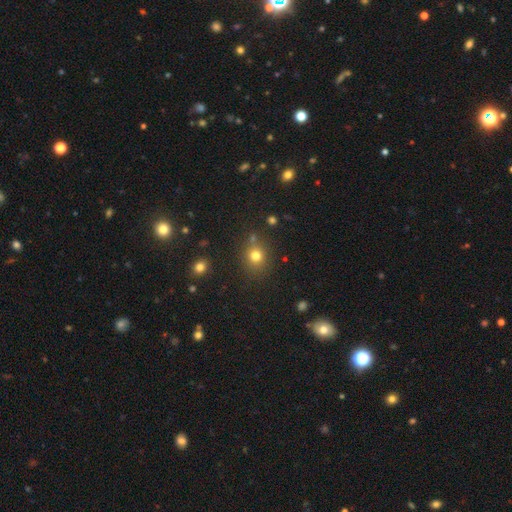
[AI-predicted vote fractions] A smooth galaxy with no disk features (76%) that is round (82%).

Vote fractions:
- Smooth or featured? smooth: 76% / star or artifact: 16% / featured or disk: 7%
- How rounded? round: 82% / in between: 18% / cigar-shaped: 1%
- Merging? none: 78% / minor disturbance: 11% / merger: 7% / major disturbance: 4%